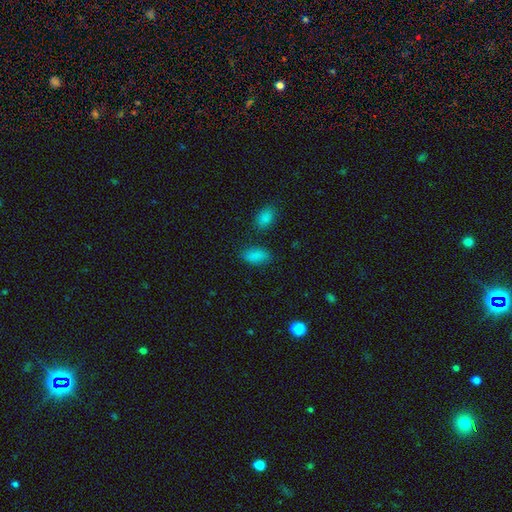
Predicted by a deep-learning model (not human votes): The model was most divided on "merging": none: 80%, minor disturbance: 13%, merger: 4%, major disturbance: 4%. More confident: how rounded — in between (92%); smooth or featured — smooth (85%).